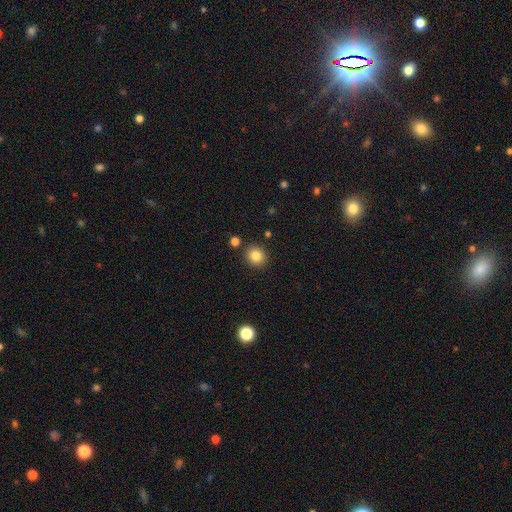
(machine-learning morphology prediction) Overall: smooth (84%). How rounded: round (83%). Merging: none (87%).